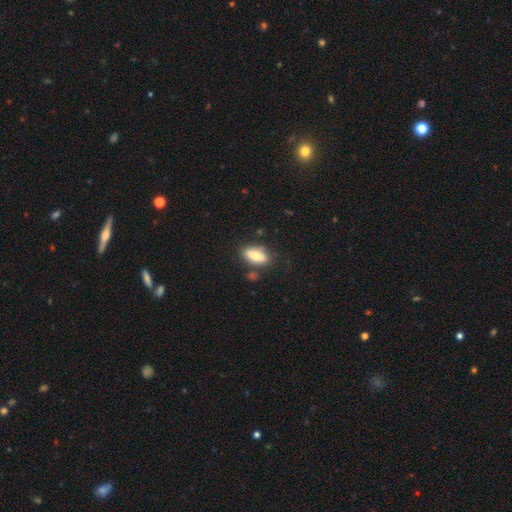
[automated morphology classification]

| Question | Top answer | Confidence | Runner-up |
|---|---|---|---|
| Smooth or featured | smooth | 80% | featured or disk (13%) |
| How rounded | in between | 90% | cigar-shaped (6%) |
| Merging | none | 73% | minor disturbance (16%) |